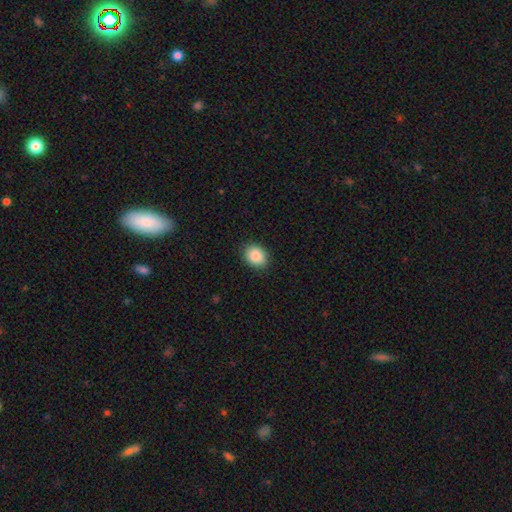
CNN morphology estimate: A smooth galaxy with no disk features (88%) that is in between round and cigar-shaped (59%). Merging: none (88%).